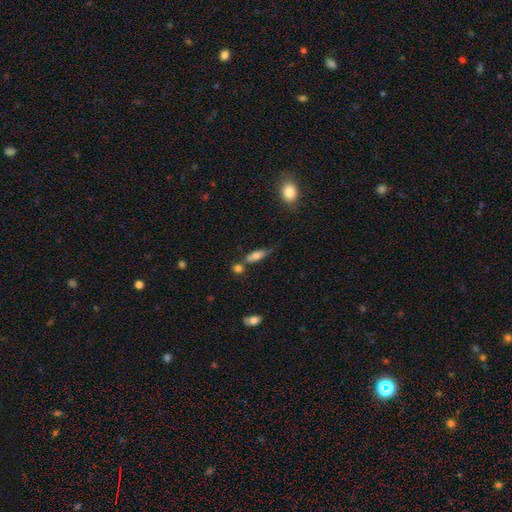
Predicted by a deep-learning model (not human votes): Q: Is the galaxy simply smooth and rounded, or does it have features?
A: smooth — 73%.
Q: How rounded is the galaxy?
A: in between — 62%.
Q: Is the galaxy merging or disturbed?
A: none — 49%.